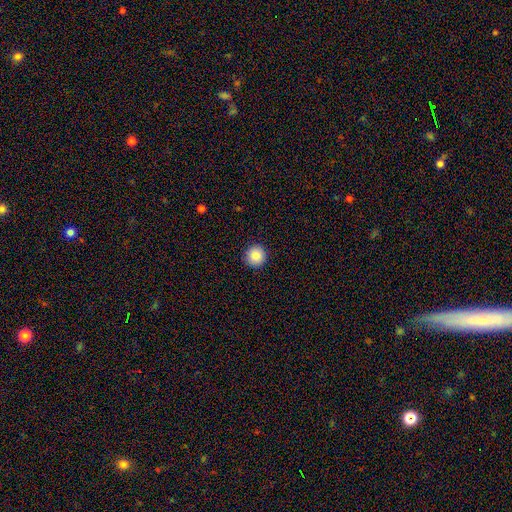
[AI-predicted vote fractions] The model was most divided on "smooth or featured": smooth: 86%, star or artifact: 9%, featured or disk: 5%. More confident: how rounded — round (95%); merging — none (92%).